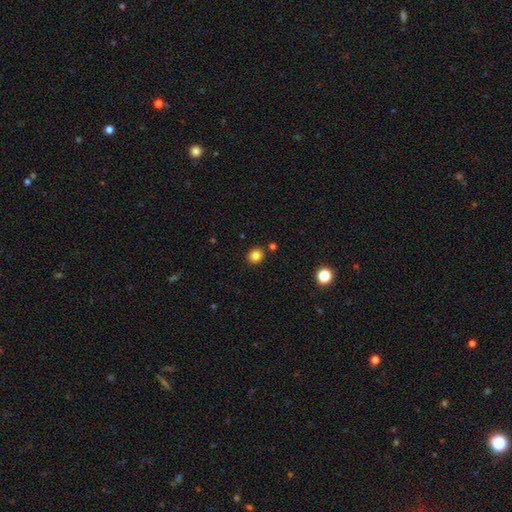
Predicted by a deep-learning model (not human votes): smooth 83%, star or artifact 12%, featured or disk 5%. Down the decision tree: how rounded — round (87%); merging — none (88%).